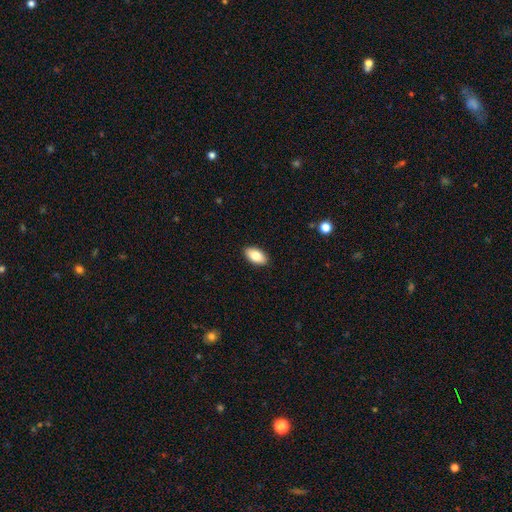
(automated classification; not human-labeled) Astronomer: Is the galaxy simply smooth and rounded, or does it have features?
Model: smooth — 83%.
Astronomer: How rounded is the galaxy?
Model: in between — 94%.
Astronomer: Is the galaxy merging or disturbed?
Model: none — 90%.